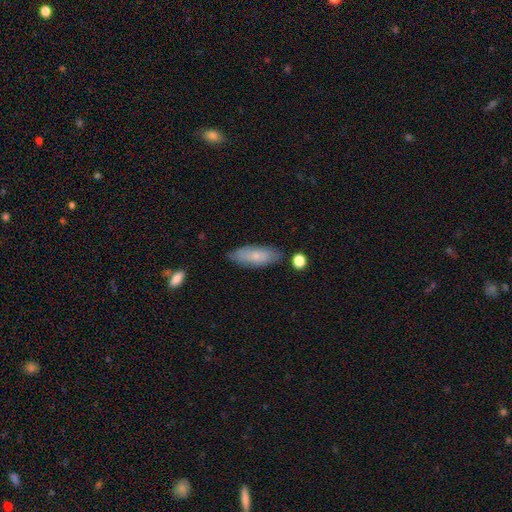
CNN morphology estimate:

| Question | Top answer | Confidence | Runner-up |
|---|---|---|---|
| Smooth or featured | smooth | 71% | featured or disk (22%) |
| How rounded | in between | 69% | cigar-shaped (28%) |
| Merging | none | 77% | minor disturbance (17%) |